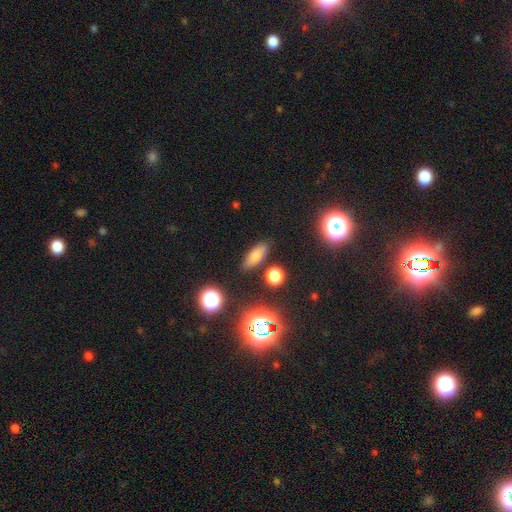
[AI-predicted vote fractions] A smooth galaxy with no disk features (71%) that is in between round and cigar-shaped (69%).

Vote fractions:
- Smooth or featured? smooth: 71% / star or artifact: 16% / featured or disk: 13%
- How rounded? in between: 69% / cigar-shaped: 24% / round: 7%
- Merging? none: 84% / minor disturbance: 10% / merger: 3% / major disturbance: 3%